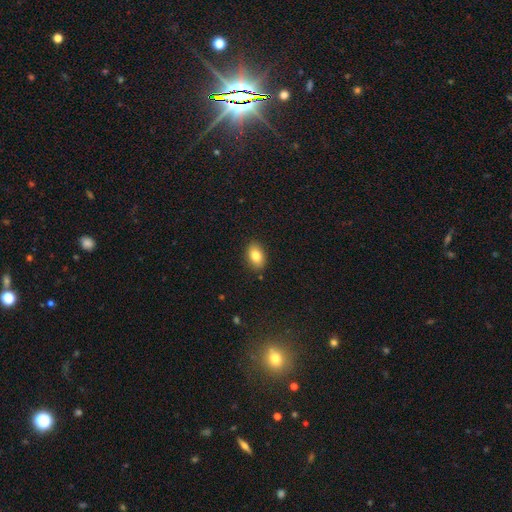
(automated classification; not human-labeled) Overall: smooth (82%). How rounded: in between (84%). Merging: none (87%).